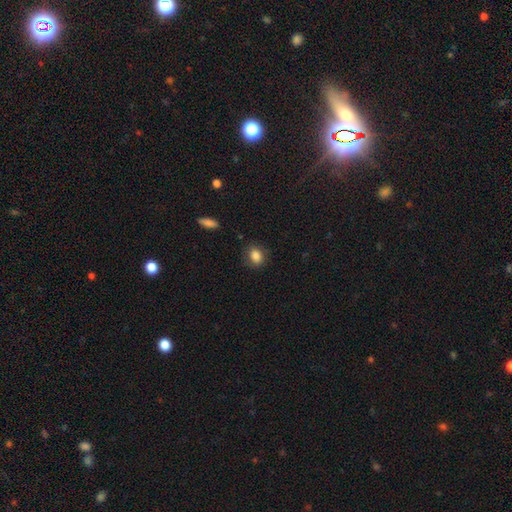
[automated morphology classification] This appears to be a smooth galaxy with no disk features (86%) that is in between round and cigar-shaped (66%). Merging: none (80%).